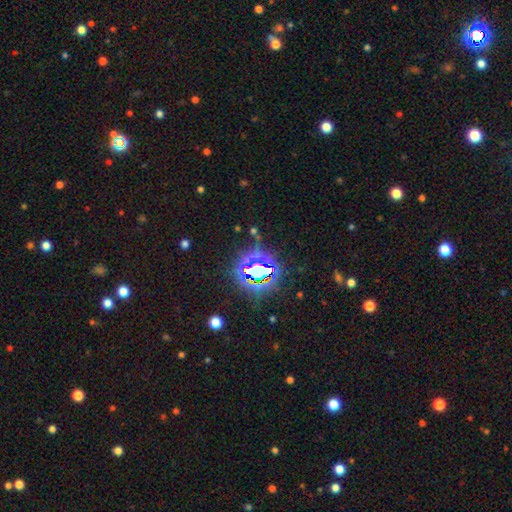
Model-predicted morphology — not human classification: A star or artifact, not a galaxy (76%).